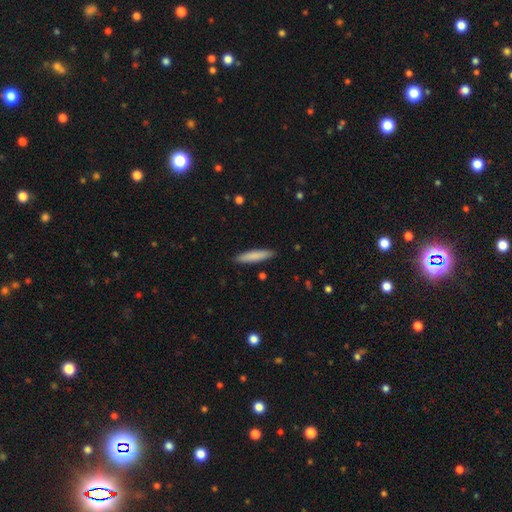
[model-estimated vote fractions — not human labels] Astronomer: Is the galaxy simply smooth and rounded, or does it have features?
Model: smooth — 82%.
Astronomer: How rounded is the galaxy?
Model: cigar-shaped — 85%.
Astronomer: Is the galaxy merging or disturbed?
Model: none — 89%.